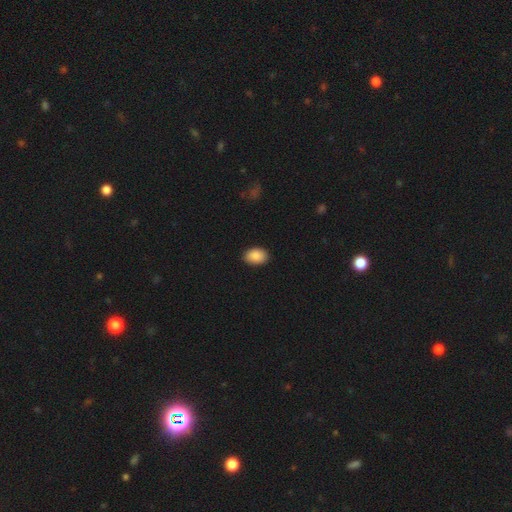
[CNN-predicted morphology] Overall: smooth (90%). How rounded: in between (84%). Merging: none (89%).